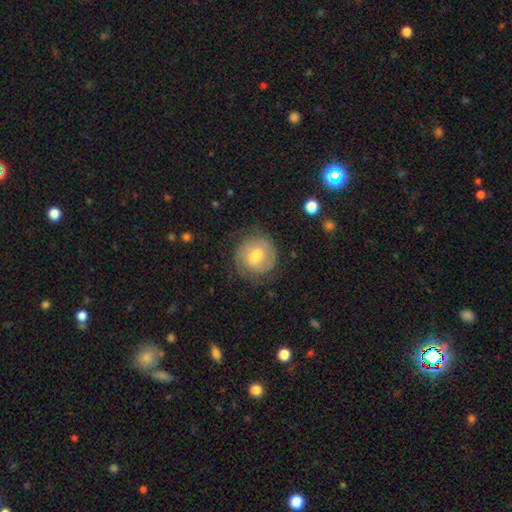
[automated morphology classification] smooth-or-featured: featured or disk: 56% | smooth: 37% | star or artifact: 7%
  disk-edge-on: no: 97% | yes: 3%
    bar: weak: 54% | no: 32% | strong: 13%
    has-spiral-arms: yes: 79% | no: 21%
    bulge-size: moderate: 64% | small: 25% | large: 7% | none: 2% | dominant: 1%
  merging: none: 75% | minor disturbance: 16% | major disturbance: 8% | merger: 1%